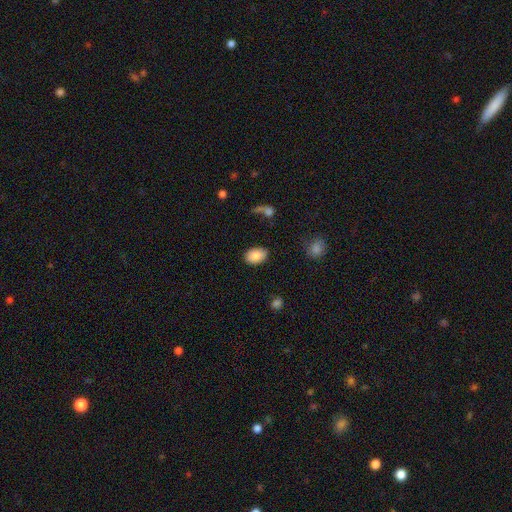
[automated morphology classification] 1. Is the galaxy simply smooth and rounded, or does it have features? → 84% smooth, 9% featured or disk, 7% star or artifact.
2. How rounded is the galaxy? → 84% in between, 15% round, 1% cigar-shaped.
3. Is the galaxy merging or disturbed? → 82% none, 13% minor disturbance, 4% major disturbance, 2% merger.